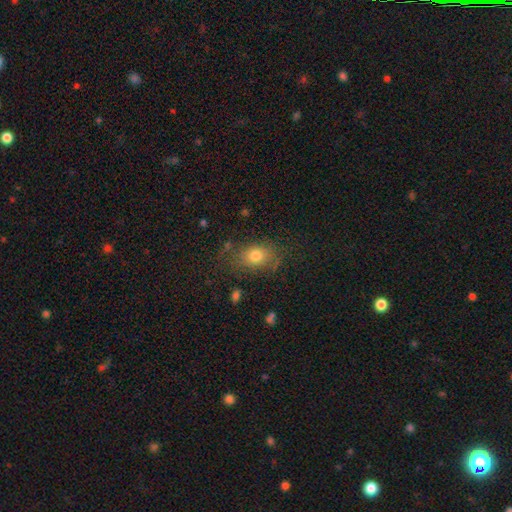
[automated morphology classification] This appears to be a smooth galaxy with no disk features (77%) that is in between round and cigar-shaped (65%). Merging: none (72%).